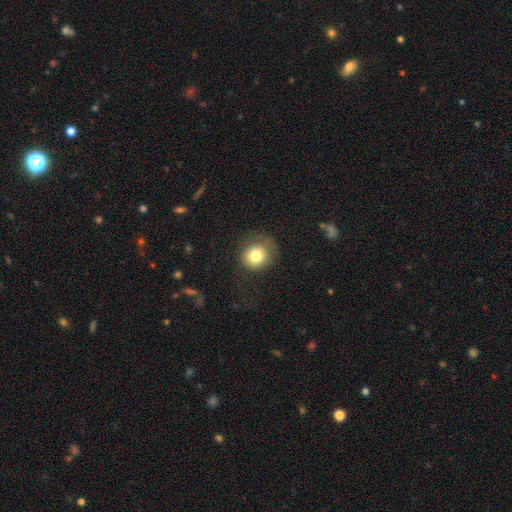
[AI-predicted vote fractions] Q: Smooth or featured?
A: smooth (78%); runner-up: featured or disk (12%)
Q: How rounded?
A: round (84%); runner-up: in between (15%)
Q: Merging?
A: none (63%); runner-up: minor disturbance (19%)